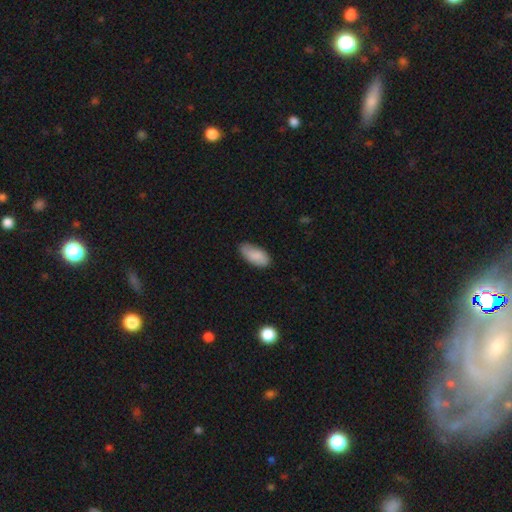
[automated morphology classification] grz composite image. It shows a smooth galaxy with no disk features (85%) that is in between round and cigar-shaped (92%). Merging: none (77%).